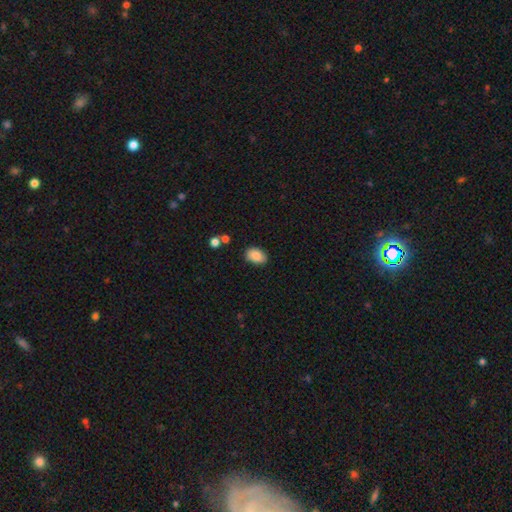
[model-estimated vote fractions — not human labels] A smooth galaxy with no disk features (87%) that is in between round and cigar-shaped (85%).

Vote fractions:
- Smooth or featured? smooth: 87% / star or artifact: 8% / featured or disk: 5%
- How rounded? in between: 85% / round: 14% / cigar-shaped: 1%
- Merging? none: 81% / minor disturbance: 14% / major disturbance: 3% / merger: 2%